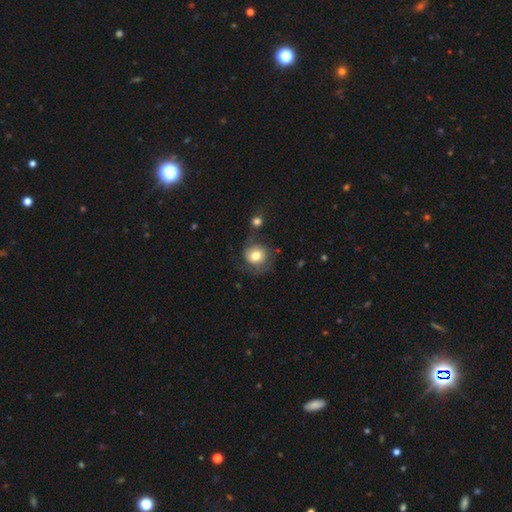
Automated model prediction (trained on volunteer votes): Smooth or featured? Predicted: smooth (p=0.65). How rounded? Predicted: round (p=0.79). Merging? Predicted: none (p=0.53).